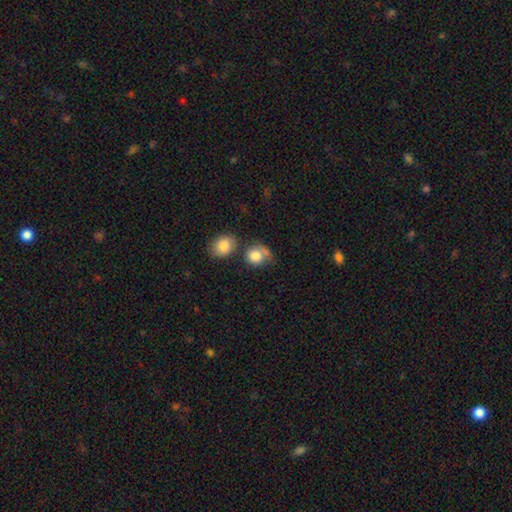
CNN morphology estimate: smooth-or-featured: smooth: 83% | featured or disk: 9% | star or artifact: 8%
  how-rounded: round: 72% | in between: 27% | cigar-shaped: 1%
  merging: none: 44% | merger: 25% | minor disturbance: 20% | major disturbance: 11%